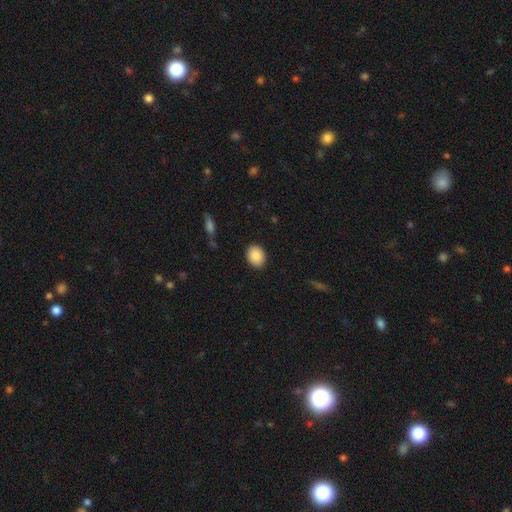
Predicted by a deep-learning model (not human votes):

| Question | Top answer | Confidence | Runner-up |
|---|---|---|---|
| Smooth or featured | smooth | 89% | star or artifact (7%) |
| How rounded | in between | 60% | round (39%) |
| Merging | none | 89% | minor disturbance (8%) |